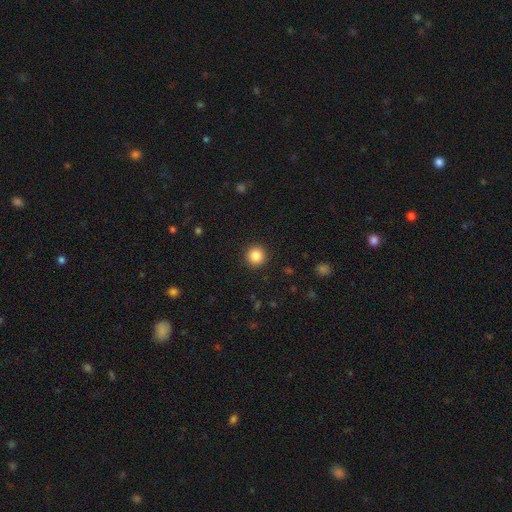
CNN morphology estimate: smooth_or_featured: smooth (p=0.86) [alt: star or artifact p=0.10]
how_rounded: round (p=0.95) [alt: in between p=0.04]
merging: none (p=0.92) [alt: minor disturbance p=0.05]